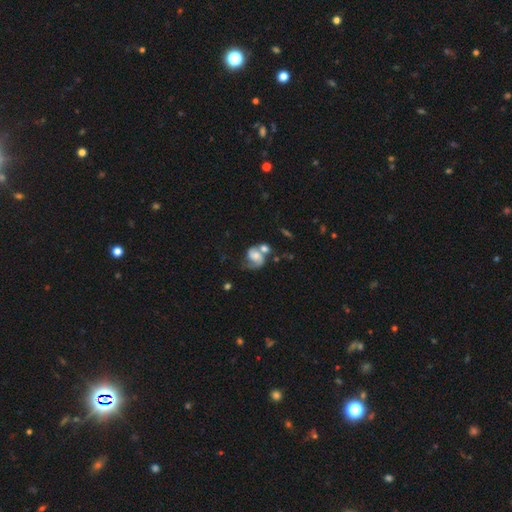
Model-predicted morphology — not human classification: Smooth or featured? Predicted: featured or disk (p=0.62). Edge-on disk? Predicted: no (p=0.98). Bar? Predicted: no (p=0.58). Spiral arms? Predicted: yes (p=0.85). Spiral winding? Predicted: medium (p=0.43). Spiral arm count? Predicted: 2 (p=0.60). Bulge size? Predicted: moderate (p=0.39). Merging? Predicted: merger (p=0.36).